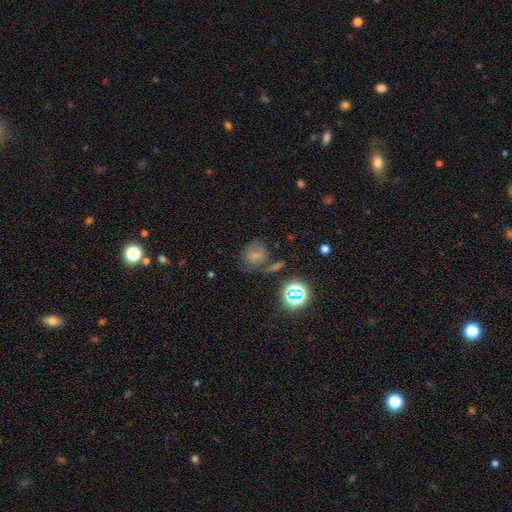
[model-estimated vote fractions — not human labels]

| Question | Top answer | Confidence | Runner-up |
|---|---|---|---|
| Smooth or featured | smooth | 64% | star or artifact (23%) |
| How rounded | round | 68% | in between (30%) |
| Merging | none | 55% | minor disturbance (19%) |